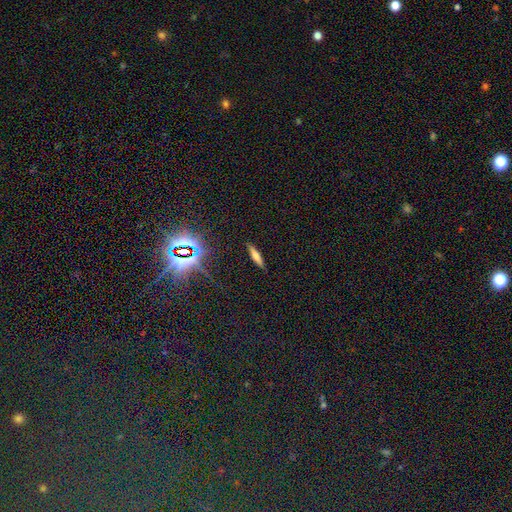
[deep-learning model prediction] Smooth or featured? Predicted: smooth (p=0.55). How rounded? Predicted: cigar-shaped (p=0.81). Merging? Predicted: none (p=0.88).